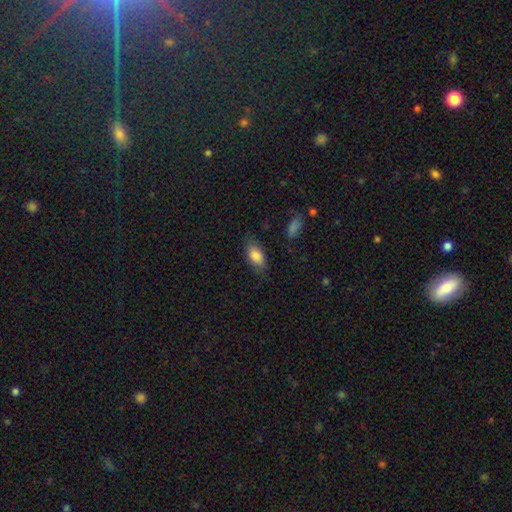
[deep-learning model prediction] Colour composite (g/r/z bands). It shows a smooth galaxy with no disk features (83%) that is in between round and cigar-shaped (89%). Merging: none (75%).